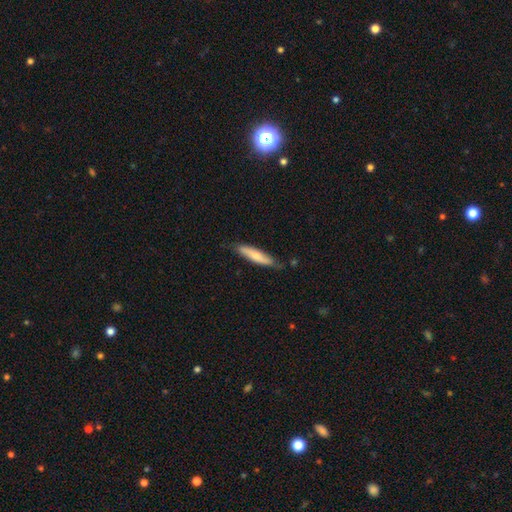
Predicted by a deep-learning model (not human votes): The model was most divided on "smooth or featured": smooth: 69%, featured or disk: 25%, star or artifact: 5%. More confident: how rounded — cigar-shaped (80%); merging — none (74%).